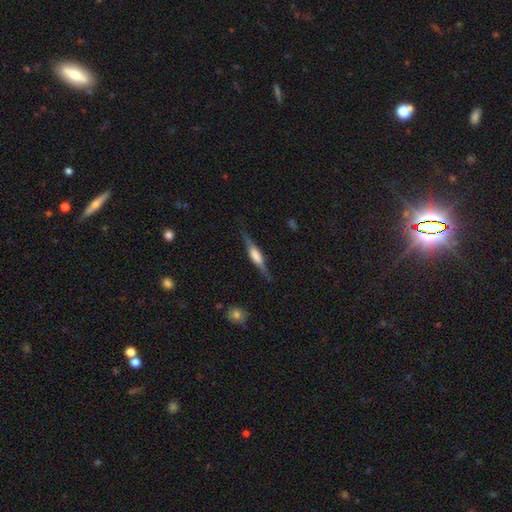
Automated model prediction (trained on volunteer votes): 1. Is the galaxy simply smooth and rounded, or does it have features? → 71% featured or disk, 23% smooth, 6% star or artifact.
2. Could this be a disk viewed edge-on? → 96% yes, 4% no.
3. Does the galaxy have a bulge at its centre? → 48% rounded, 47% boxy, 6% none.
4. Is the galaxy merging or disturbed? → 83% none, 12% minor disturbance, 3% major disturbance, 1% merger.